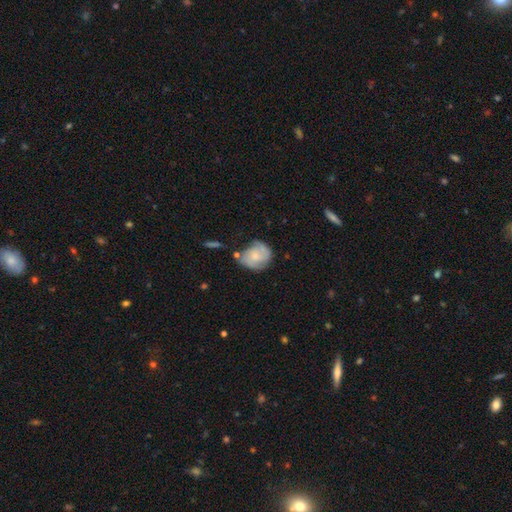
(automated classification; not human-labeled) featured or disk 53%, smooth 40%, star or artifact 7%. Down the decision tree: edge-on disk — no (97%); bar — no (73%); spiral arms — yes (82%); bulge size — small (57%); merging — none (55%).